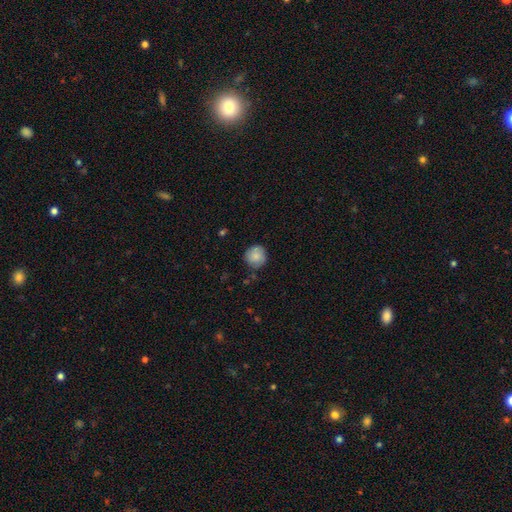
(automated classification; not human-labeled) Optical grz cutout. It shows a smooth galaxy with no disk features (81%) that is round (92%). Merging: none (77%).